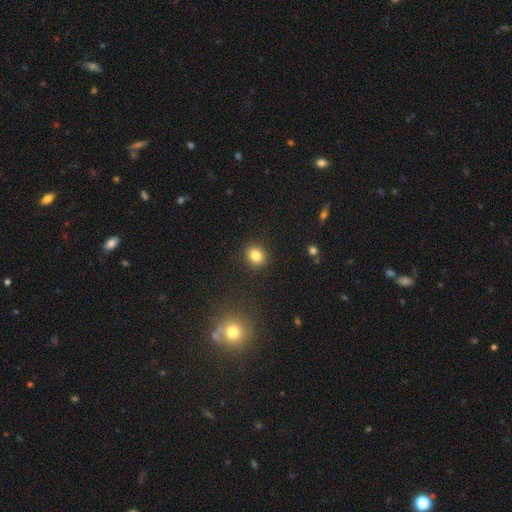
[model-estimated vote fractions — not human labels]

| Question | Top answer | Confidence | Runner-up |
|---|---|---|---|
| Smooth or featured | smooth | 83% | star or artifact (11%) |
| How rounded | round | 72% | in between (27%) |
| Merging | none | 90% | minor disturbance (6%) |